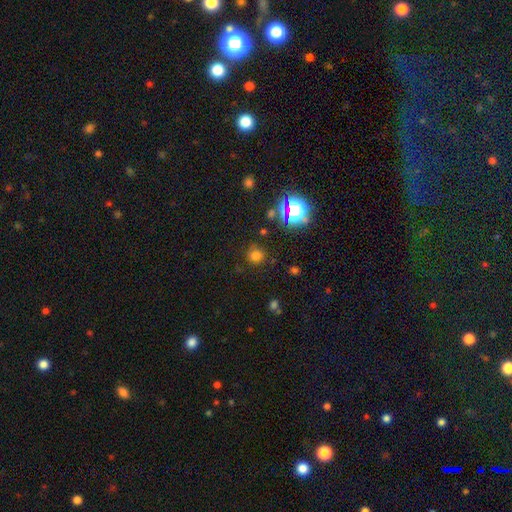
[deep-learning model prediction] A smooth galaxy with no disk features (66%) that is round (84%).

Vote fractions:
- Smooth or featured? smooth: 66% / star or artifact: 28% / featured or disk: 6%
- How rounded? round: 84% / in between: 15% / cigar-shaped: 1%
- Merging? none: 81% / minor disturbance: 11% / major disturbance: 4% / merger: 3%